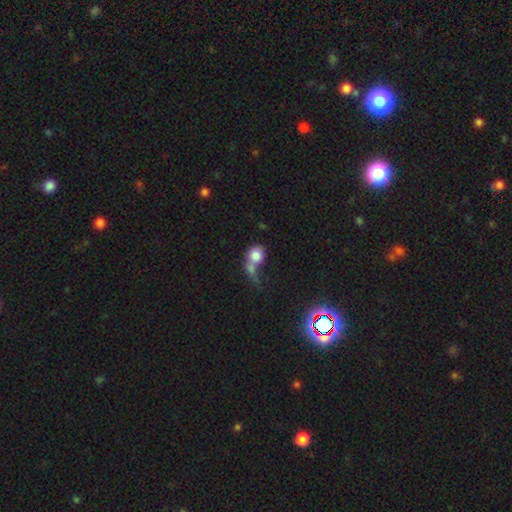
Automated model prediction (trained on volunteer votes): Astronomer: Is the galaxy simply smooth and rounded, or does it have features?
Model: smooth — 76%.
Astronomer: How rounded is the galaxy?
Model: round — 70%.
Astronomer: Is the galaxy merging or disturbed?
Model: merger — 52%.